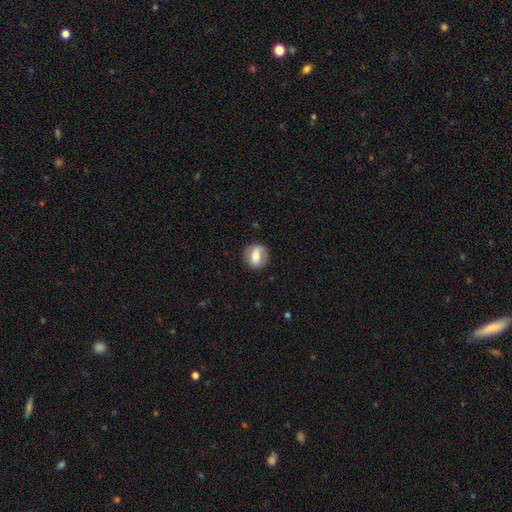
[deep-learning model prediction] Overall: smooth (60%; featured or disk 33%). How rounded: round (69%). Merging: none (83%).